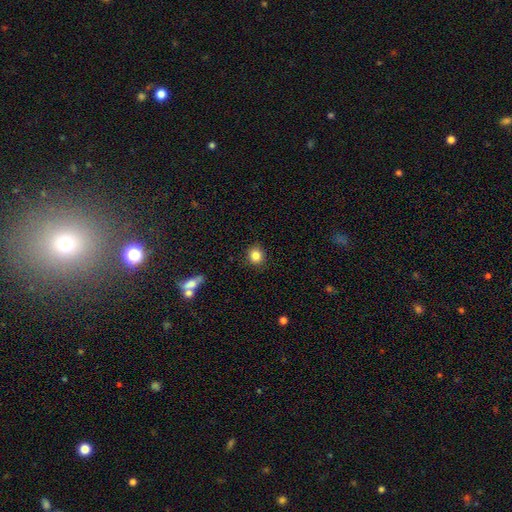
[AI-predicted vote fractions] smooth-or-featured: smooth: 84% | star or artifact: 10% | featured or disk: 6%
  how-rounded: round: 84% | in between: 15% | cigar-shaped: 1%
  merging: none: 89% | minor disturbance: 8% | major disturbance: 2% | merger: 1%